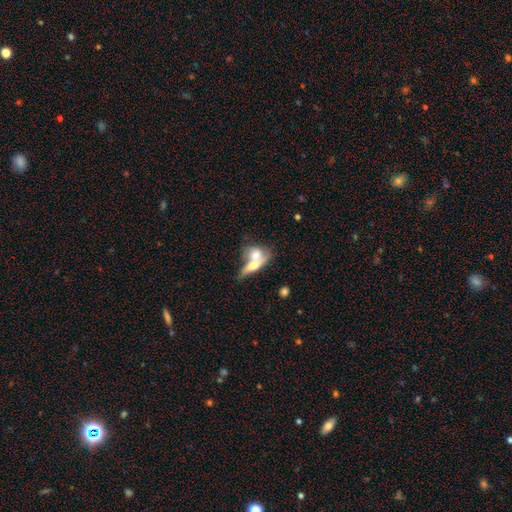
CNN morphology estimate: The model was most divided on "smooth or featured": smooth: 57%, featured or disk: 36%, star or artifact: 6%. More confident: merging — merger (72%); how rounded — in between (56%).